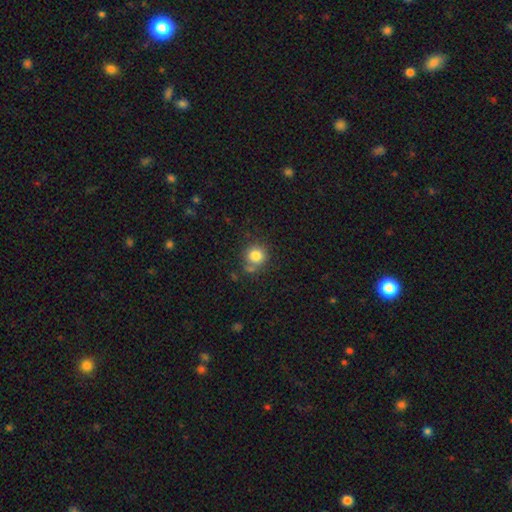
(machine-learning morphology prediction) type=smooth (82%); roundness=round (89%); merging=none (69%).